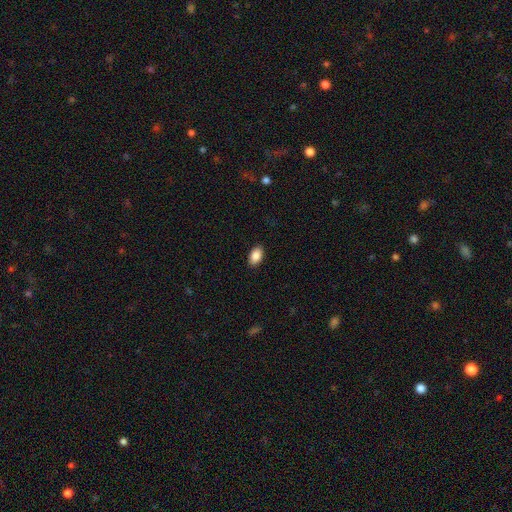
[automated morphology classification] smooth 88%, star or artifact 7%, featured or disk 5%. Down the decision tree: how rounded — in between (92%); merging — none (89%).